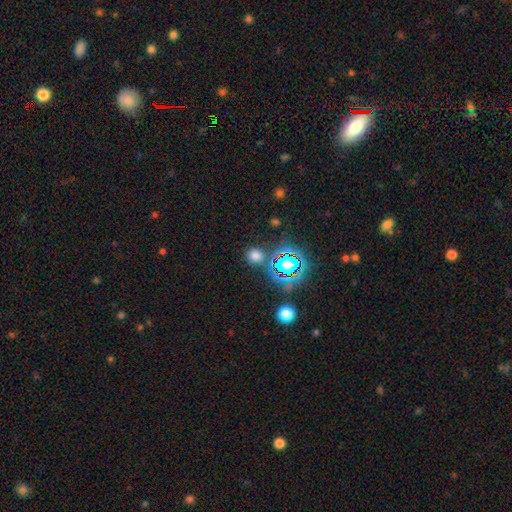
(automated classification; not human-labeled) Smooth or featured? smooth (65%)
How rounded? round (76%)
Merging? none (83%)